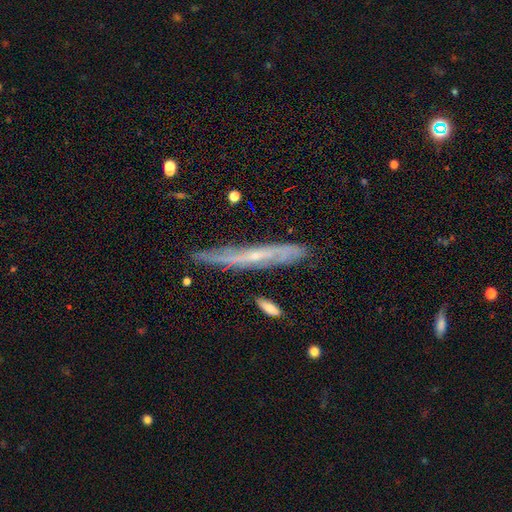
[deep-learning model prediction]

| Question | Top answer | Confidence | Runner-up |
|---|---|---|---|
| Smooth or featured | featured or disk | 73% | smooth (19%) |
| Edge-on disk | yes | 74% | no (26%) |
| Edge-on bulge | none | 49% | rounded (47%) |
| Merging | none | 74% | minor disturbance (19%) |